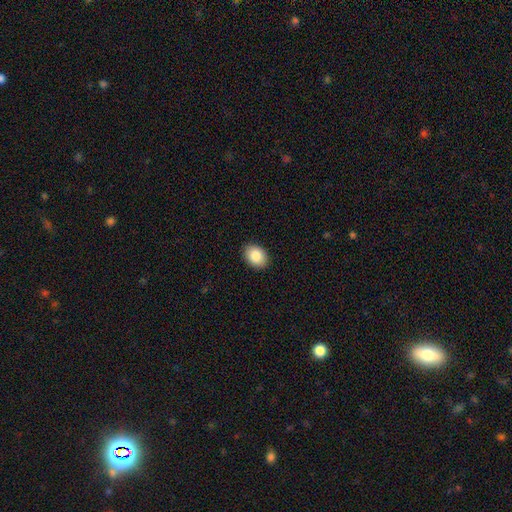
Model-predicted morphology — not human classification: Smooth or featured? smooth (87%)
How rounded? in between (67%)
Merging? none (90%)